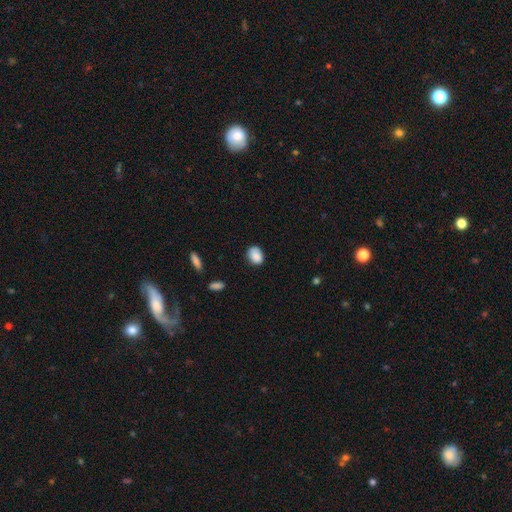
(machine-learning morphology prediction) The model was most divided on "how rounded": in between: 64%, round: 35%, cigar-shaped: 1%. More confident: smooth or featured — smooth (87%); merging — none (75%).